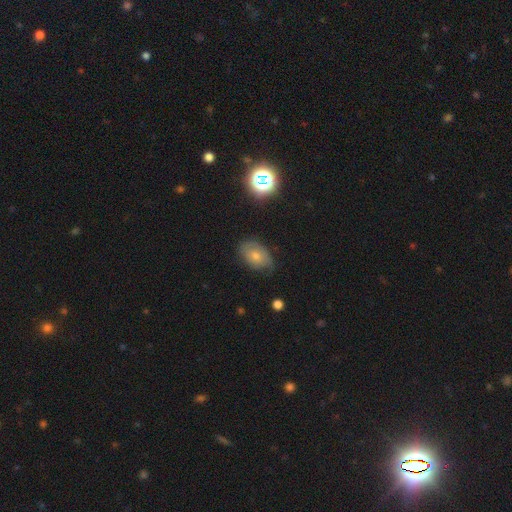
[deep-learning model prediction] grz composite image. It shows a smooth galaxy with no disk features (56%) that is in between round and cigar-shaped (80%). Merging: none (69%).